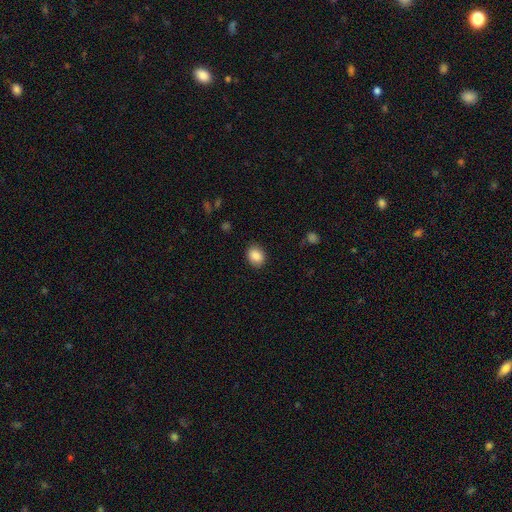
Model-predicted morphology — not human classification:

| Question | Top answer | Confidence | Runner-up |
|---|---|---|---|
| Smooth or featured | smooth | 88% | star or artifact (8%) |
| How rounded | in between | 53% | round (46%) |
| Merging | none | 87% | minor disturbance (9%) |